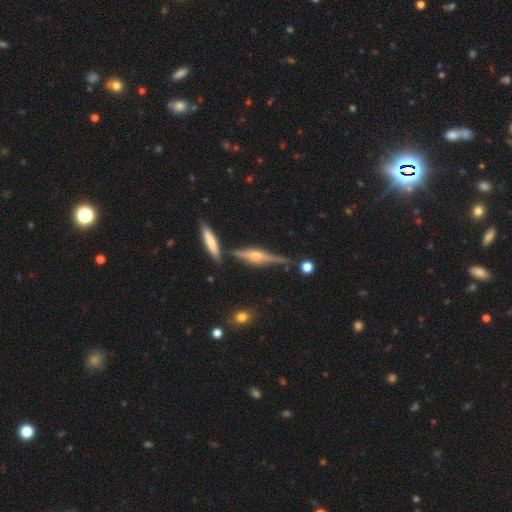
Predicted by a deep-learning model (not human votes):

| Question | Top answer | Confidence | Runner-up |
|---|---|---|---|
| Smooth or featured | featured or disk | 79% | smooth (13%) |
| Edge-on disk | yes | 97% | no (3%) |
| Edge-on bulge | rounded | 86% | boxy (9%) |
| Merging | none | 77% | minor disturbance (13%) |